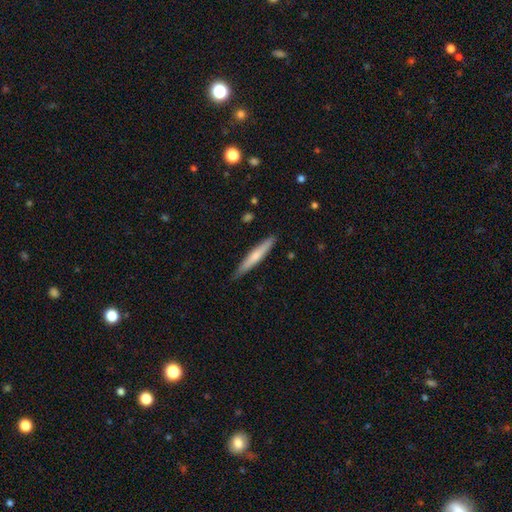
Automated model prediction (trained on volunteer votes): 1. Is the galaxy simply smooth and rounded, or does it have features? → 60% smooth, 35% featured or disk, 5% star or artifact.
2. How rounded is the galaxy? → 94% cigar-shaped, 5% in between, 1% round.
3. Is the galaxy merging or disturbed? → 87% none, 10% minor disturbance, 2% major disturbance, 1% merger.